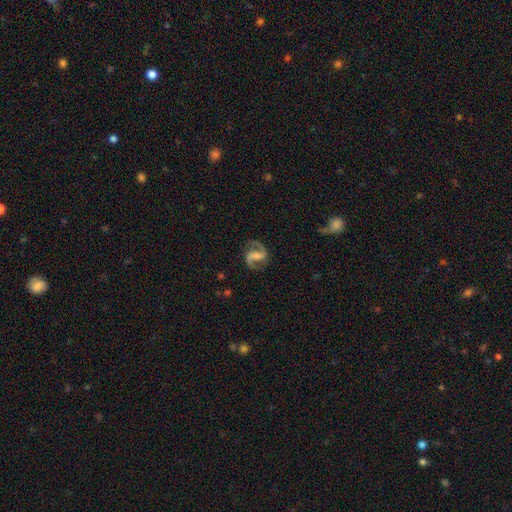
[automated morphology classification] A featured or disk galaxy (91%) with a weak bar (44%), 2 (94%) medium (60%) spiral arms (98%) and a small central bulge (39%).

Vote fractions:
- Smooth or featured? featured or disk: 91% / star or artifact: 4% / smooth: 4%
- Edge-on disk? no: 98% / yes: 2%
- Bar? weak: 44% / strong: 32% / no: 24%
- Spiral arms? yes: 98% / no: 2%
- Spiral winding? medium: 60% / loose: 26% / tight: 13%
- Spiral arm count? 2: 94% / 1: 1% / can't tell: 1% / 3: 1% / 4: 1% / more than 4: 1%
- Bulge size? small: 39% / moderate: 32% / none: 23% / large: 5% / dominant: 1%
- Merging? none: 83% / minor disturbance: 11% / major disturbance: 4% / merger: 1%